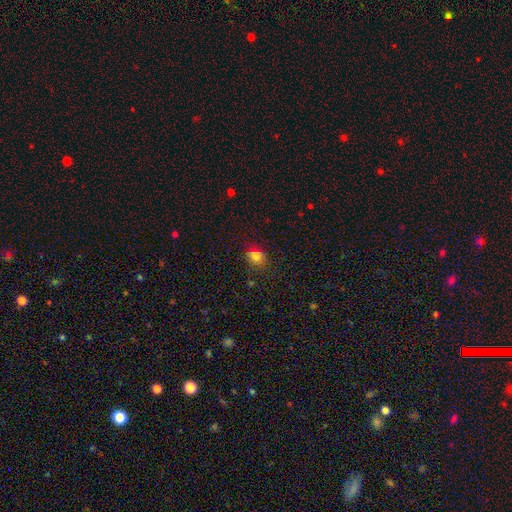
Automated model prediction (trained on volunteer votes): This appears to be a smooth galaxy with no disk features (80%) that is round (56%). Merging: none (76%).